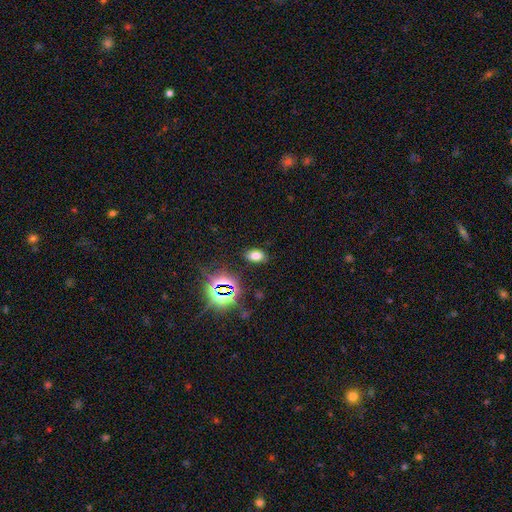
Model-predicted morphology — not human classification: The model was most divided on "smooth or featured": smooth: 69%, star or artifact: 24%, featured or disk: 8%. More confident: how rounded — in between (88%); merging — none (86%).